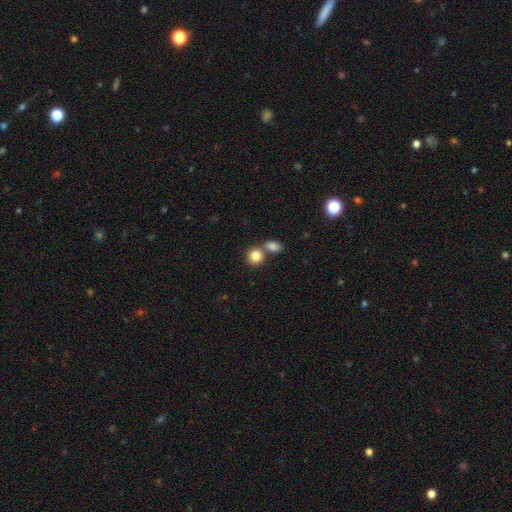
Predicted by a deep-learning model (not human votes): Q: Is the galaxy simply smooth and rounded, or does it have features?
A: smooth — 84%.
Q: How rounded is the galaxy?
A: round — 80%.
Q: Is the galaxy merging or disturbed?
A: none — 52%.